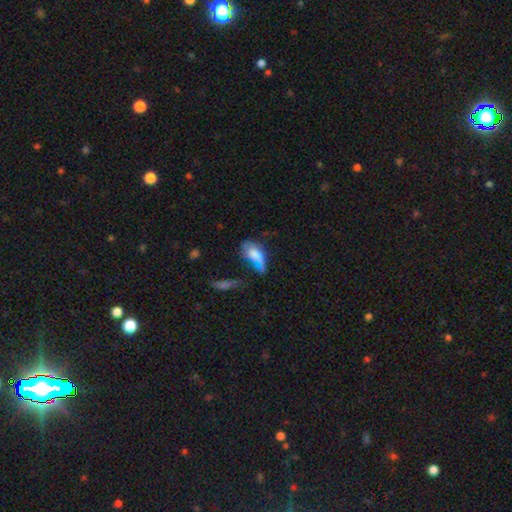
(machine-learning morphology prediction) smooth-or-featured: smooth: 64% | featured or disk: 25% | star or artifact: 11%
  how-rounded: in between: 82% | cigar-shaped: 13% | round: 5%
  merging: major disturbance: 29% | none: 28% | minor disturbance: 25% | merger: 17%